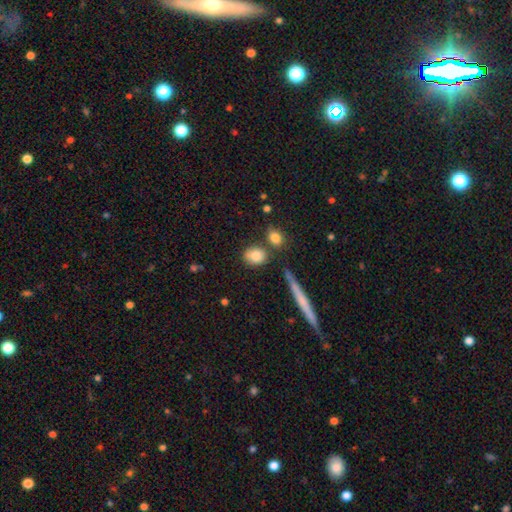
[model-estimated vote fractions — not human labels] This appears to be a smooth galaxy with no disk features (82%) that is in between round and cigar-shaped (48%). Merging: none (74%).